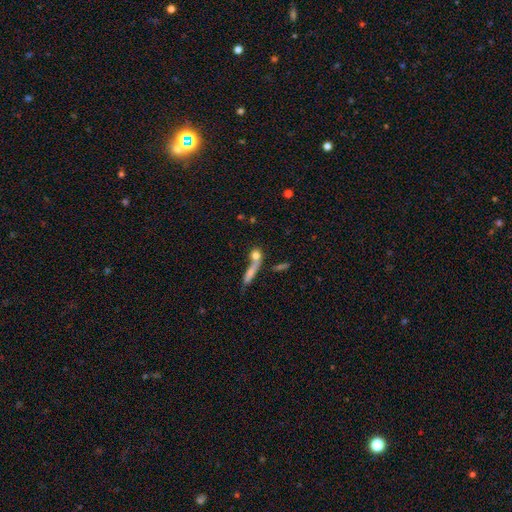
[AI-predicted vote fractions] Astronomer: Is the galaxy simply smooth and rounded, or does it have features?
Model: smooth — 69%.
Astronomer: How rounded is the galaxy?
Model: round — 50%.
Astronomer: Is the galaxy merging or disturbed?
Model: merger — 45% (runner-up: none, 37%).